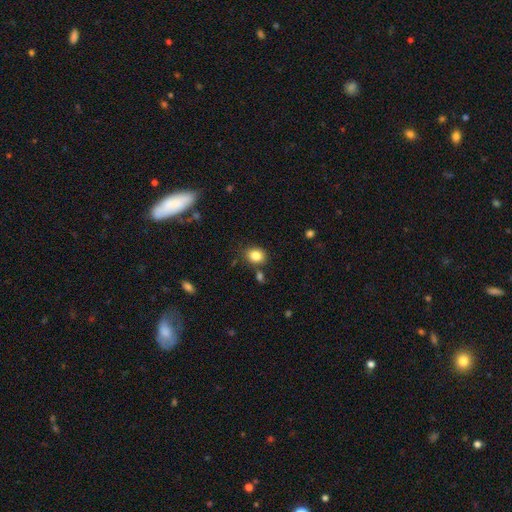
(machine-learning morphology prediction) Smooth or featured: smooth — 84% (star or artifact — 10%)
How rounded: round — 57% (in between — 42%)
Merging: none — 79% (minor disturbance — 12%)